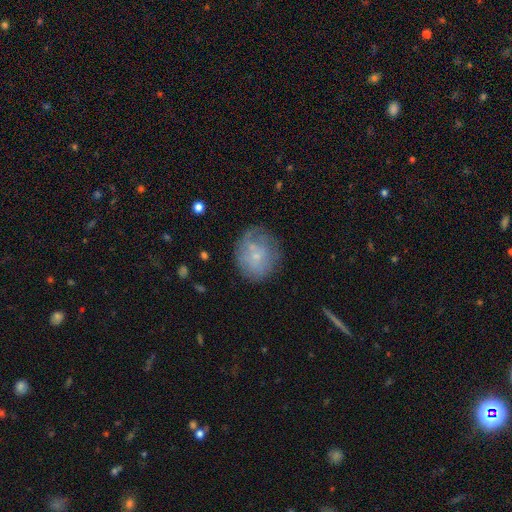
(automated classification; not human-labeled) This appears to be a smooth galaxy with no disk features (60%) that is round (78%). Merging: none (62%).